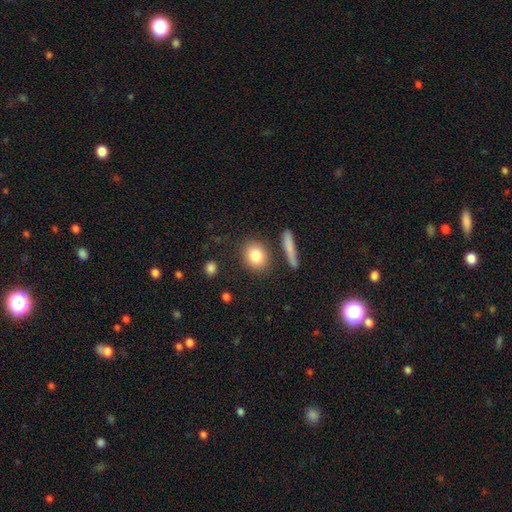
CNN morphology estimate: smooth_or_featured: smooth (p=0.82) [alt: featured or disk p=0.10]
how_rounded: round (p=0.65) [alt: in between p=0.32]
merging: none (p=0.83) [alt: minor disturbance p=0.09]